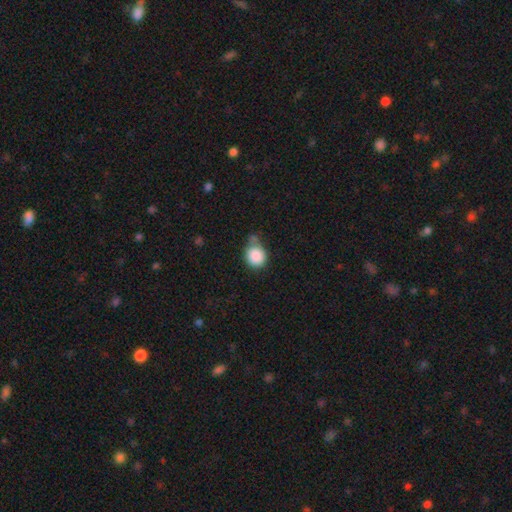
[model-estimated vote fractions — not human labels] The model was most divided on "merging": none: 49%, minor disturbance: 30%, merger: 13%, major disturbance: 8%. More confident: smooth or featured — smooth (87%); how rounded — round (80%).